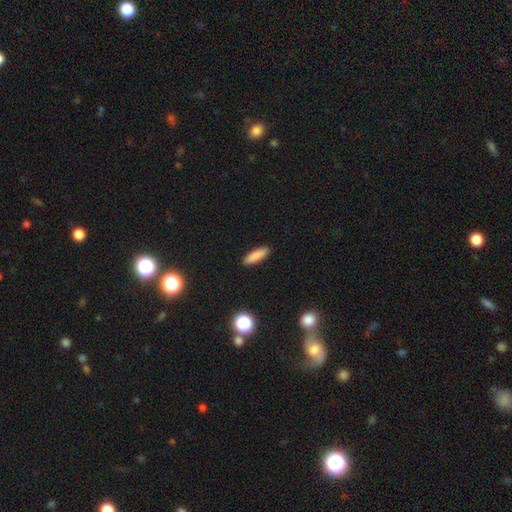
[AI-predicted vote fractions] smooth_or_featured: smooth (p=0.86) [alt: star or artifact p=0.08]
how_rounded: cigar-shaped (p=0.61) [alt: in between p=0.37]
merging: none (p=0.91) [alt: minor disturbance p=0.07]